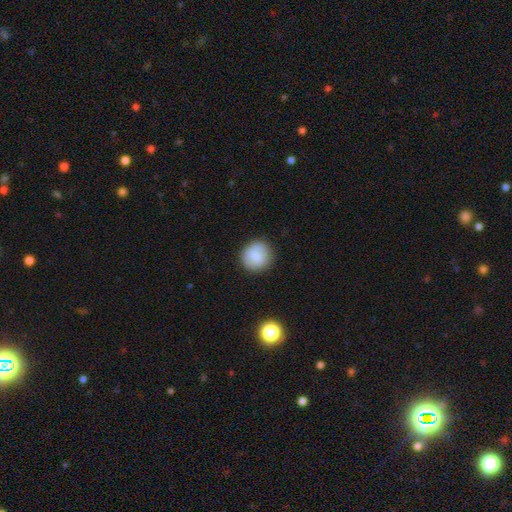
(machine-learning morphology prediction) Smooth or featured? smooth (75%)
How rounded? round (92%)
Merging? none (87%)